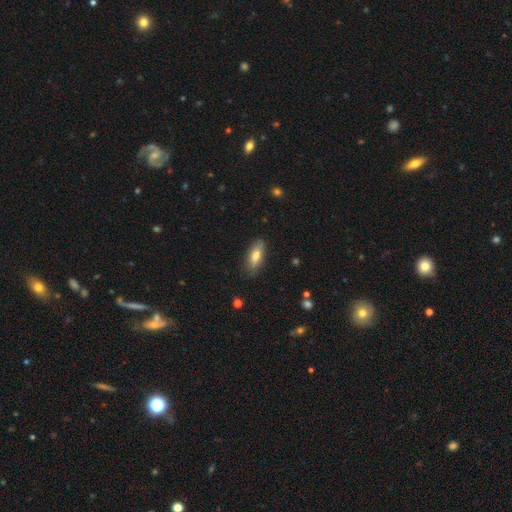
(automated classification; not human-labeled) This appears to be a smooth galaxy with no disk features (77%) that is in between round and cigar-shaped (74%). Merging: none (83%).